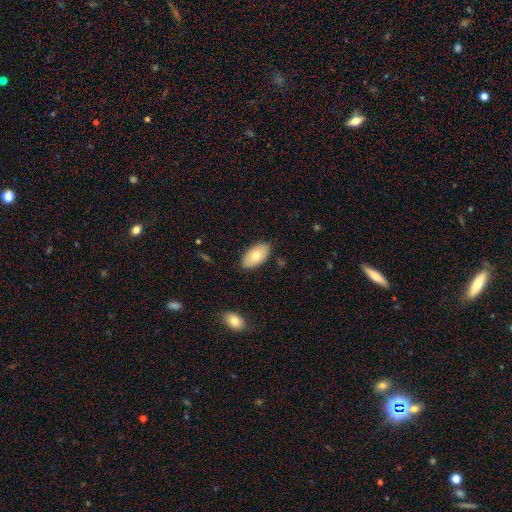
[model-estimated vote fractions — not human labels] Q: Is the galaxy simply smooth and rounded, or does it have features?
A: smooth — 70%.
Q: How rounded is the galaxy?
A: in between — 95%.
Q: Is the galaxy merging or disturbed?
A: none — 84%.